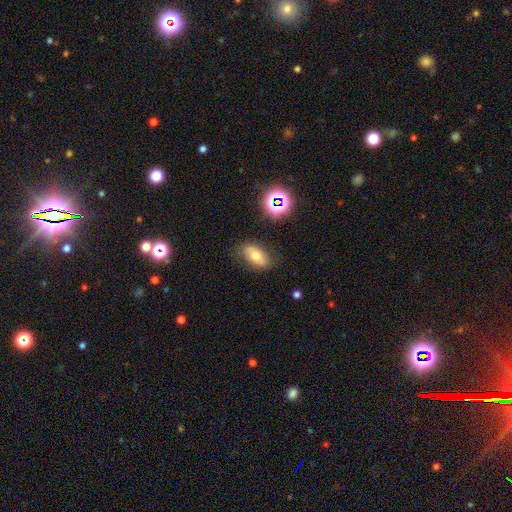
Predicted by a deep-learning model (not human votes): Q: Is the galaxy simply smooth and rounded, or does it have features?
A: smooth — 62%.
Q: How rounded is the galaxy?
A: in between — 88%.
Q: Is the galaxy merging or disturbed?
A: none — 78%.